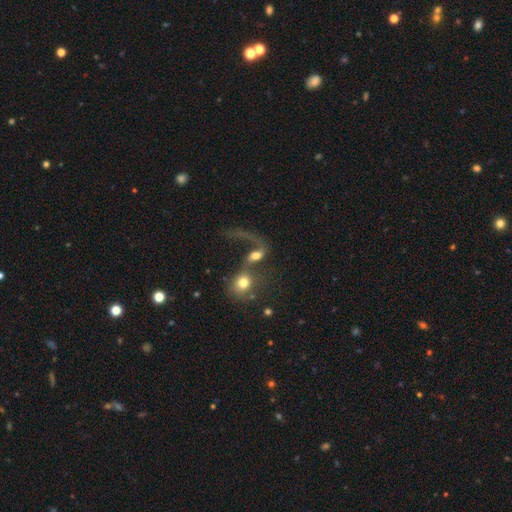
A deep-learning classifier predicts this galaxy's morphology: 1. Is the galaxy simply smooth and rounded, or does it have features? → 45% smooth, 43% featured or disk, 12% star or artifact.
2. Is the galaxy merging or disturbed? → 62% merger, 19% major disturbance, 13% none, 6% minor disturbance.